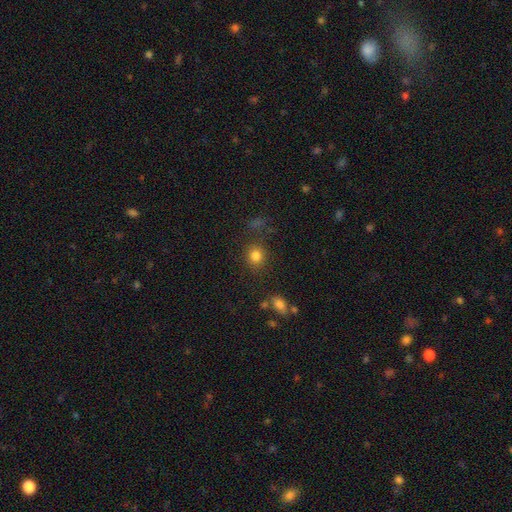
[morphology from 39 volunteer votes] Overall: smooth (85%). How rounded: round (94%). Merging: none (77%).